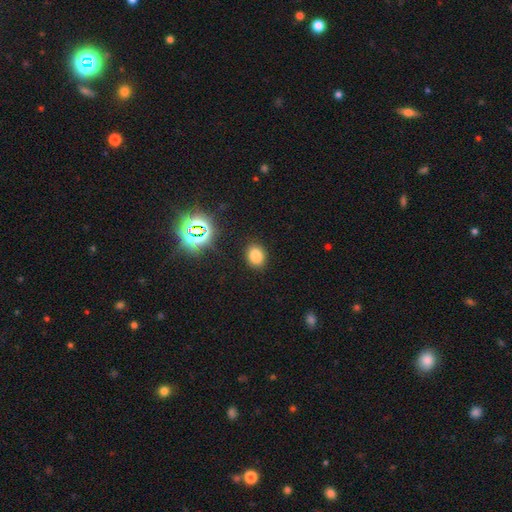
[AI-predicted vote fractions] Morphology: type=smooth (77%); roundness=in between (58%); merging=none (86%).